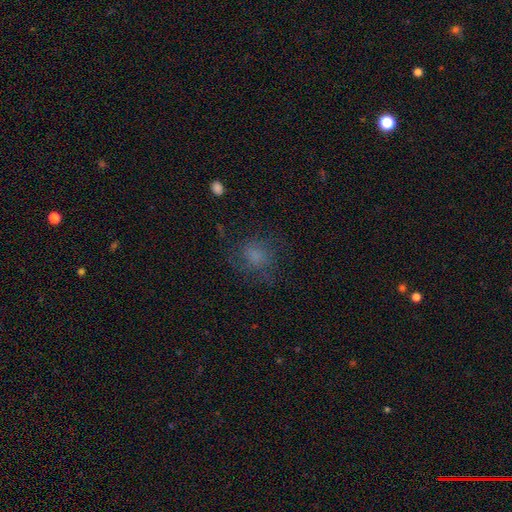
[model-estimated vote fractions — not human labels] This appears to be a smooth galaxy with no disk features (63%) that is round (72%). Merging: none (63%).